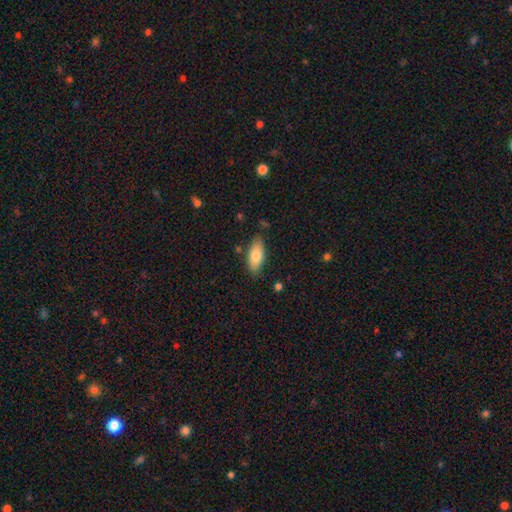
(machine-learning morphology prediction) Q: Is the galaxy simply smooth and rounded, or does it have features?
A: smooth — 77%.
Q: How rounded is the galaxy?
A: in between — 83%.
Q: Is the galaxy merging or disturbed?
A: none — 82%.